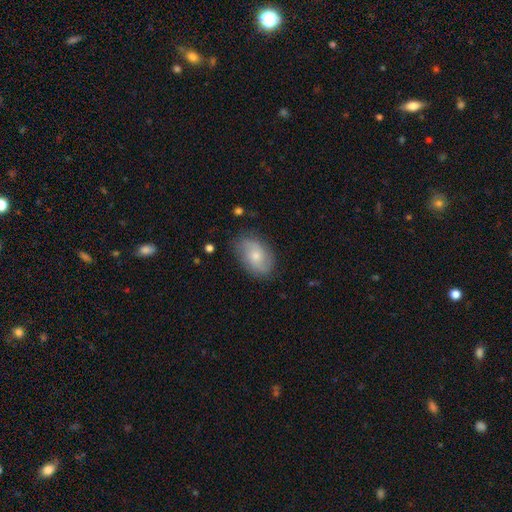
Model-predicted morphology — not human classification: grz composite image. It shows a smooth galaxy with no disk features (50%) that is in between round and cigar-shaped (86%). Merging: none (77%).